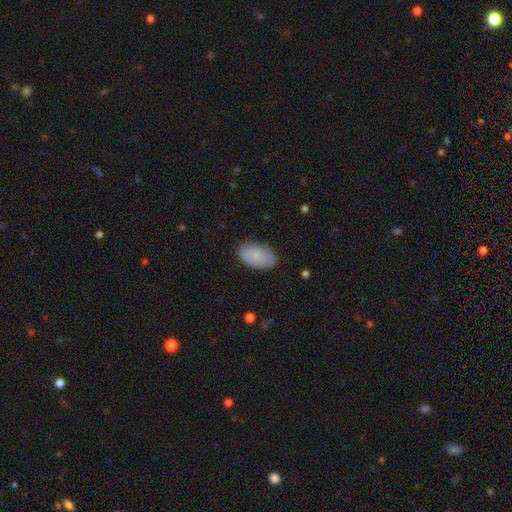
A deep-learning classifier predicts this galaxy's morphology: A smooth galaxy with no disk features (75%) that is in between round and cigar-shaped (92%).

Vote fractions:
- Smooth or featured? smooth: 75% / featured or disk: 18% / star or artifact: 7%
- How rounded? in between: 92% / round: 6% / cigar-shaped: 1%
- Merging? none: 80% / minor disturbance: 16% / major disturbance: 3% / merger: 1%